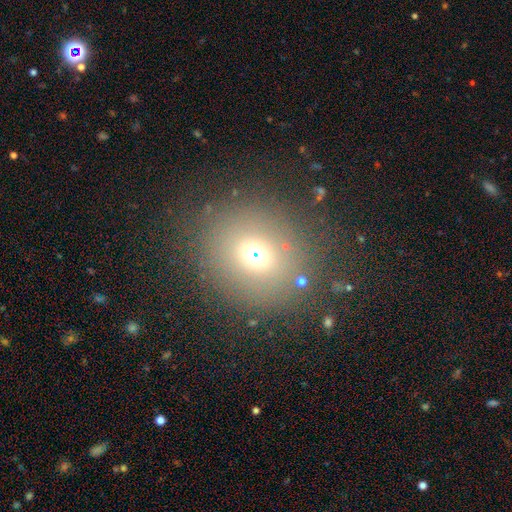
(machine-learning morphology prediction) type=smooth (64%); roundness=round (79%); merging=none (80%).